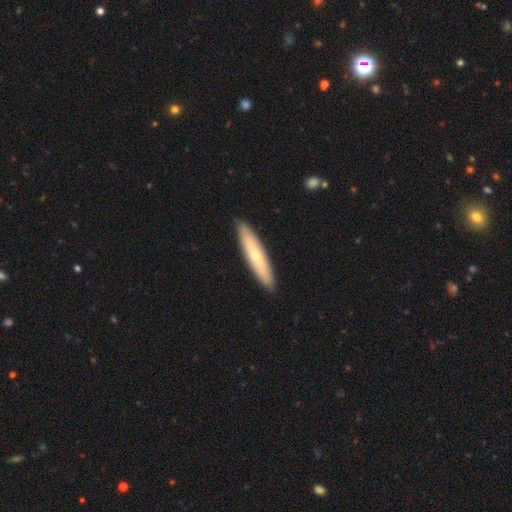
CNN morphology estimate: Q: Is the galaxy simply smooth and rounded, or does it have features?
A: smooth — 57%.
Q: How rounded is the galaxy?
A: cigar-shaped — 88%.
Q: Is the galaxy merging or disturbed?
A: none — 91%.